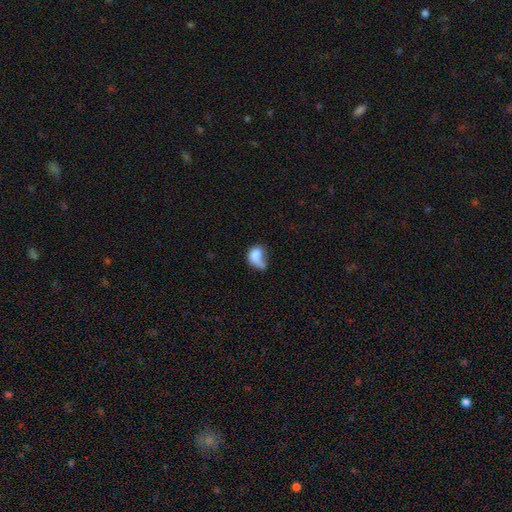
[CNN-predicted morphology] Smooth or featured? Predicted: smooth (p=0.73). How rounded? Predicted: in between (p=0.69). Merging? Predicted: major disturbance (p=0.37).